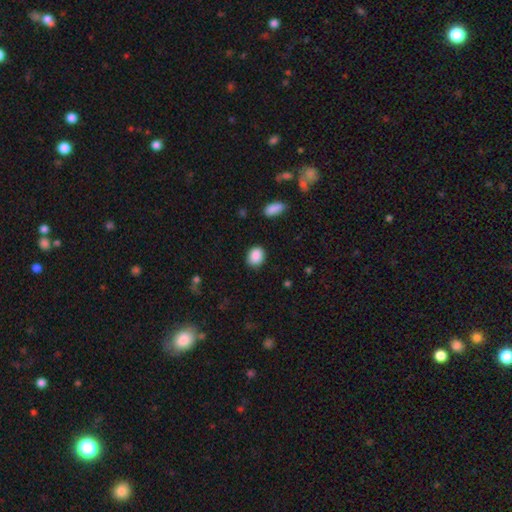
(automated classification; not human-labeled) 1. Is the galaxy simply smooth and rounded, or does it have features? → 89% smooth, 8% star or artifact, 3% featured or disk.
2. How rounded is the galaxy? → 52% in between, 47% round, 1% cigar-shaped.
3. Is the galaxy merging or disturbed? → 87% none, 9% minor disturbance, 3% major disturbance, 1% merger.